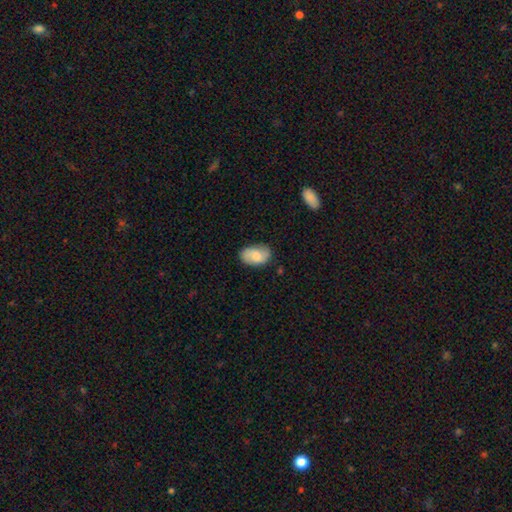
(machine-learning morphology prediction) Overall: smooth (62%; featured or disk 31%). How rounded: in between (90%). Merging: none (75%).